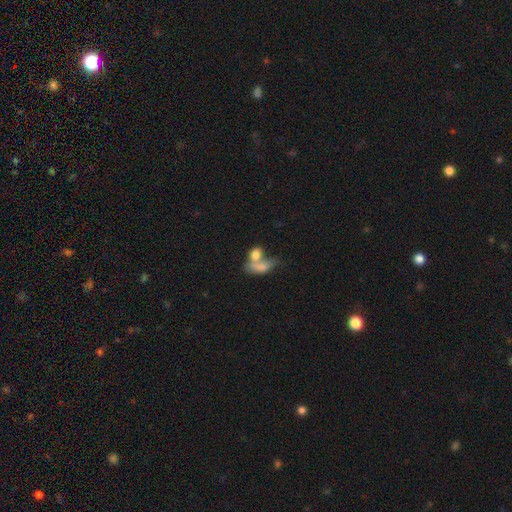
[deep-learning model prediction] Smooth or featured? Predicted: smooth (p=0.75). How rounded? Predicted: in between (p=0.73). Merging? Predicted: merger (p=0.64).